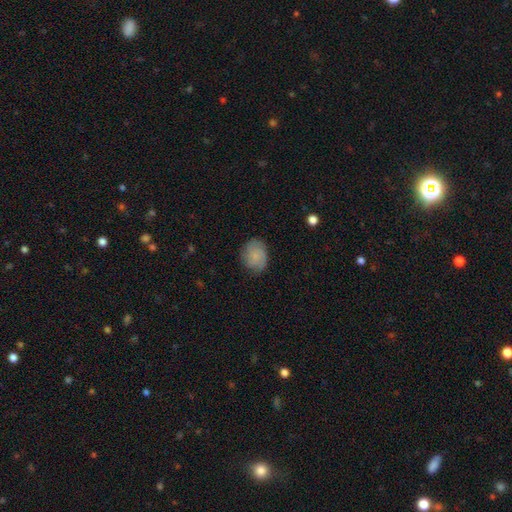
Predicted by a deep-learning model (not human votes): Smooth or featured? smooth (64%)
How rounded? round (55%)
Merging? none (75%)